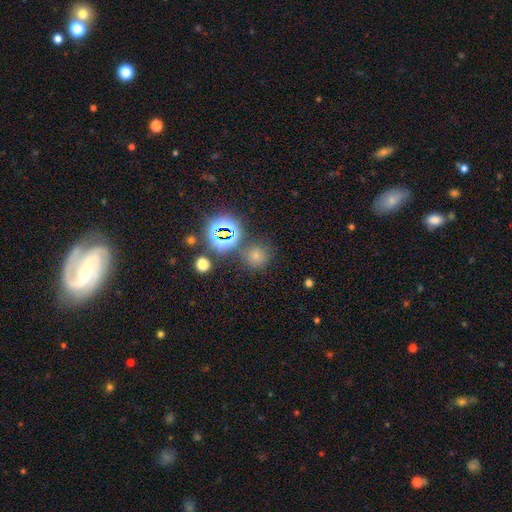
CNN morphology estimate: Smooth or featured?
  - smooth: 62% *
  - star or artifact: 31%
  - featured or disk: 8%
How rounded?
  - round: 88% *
  - in between: 11%
  - cigar-shaped: 1%
Merging?
  - none: 75% *
  - minor disturbance: 11%
  - merger: 9%
  - major disturbance: 5%